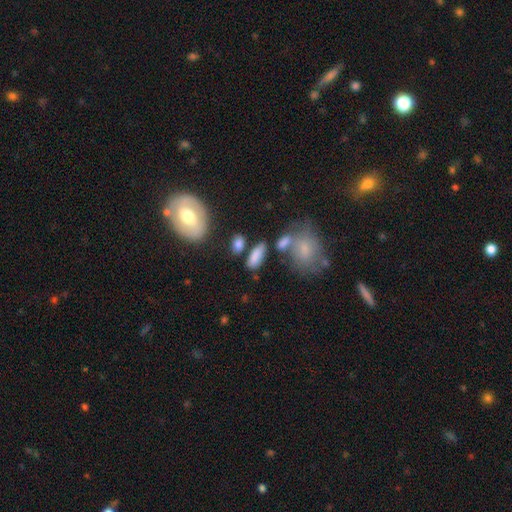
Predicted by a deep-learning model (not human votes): smooth_or_featured: smooth (p=0.83) [alt: featured or disk p=0.09]
how_rounded: in between (p=0.78) [alt: cigar-shaped p=0.17]
merging: none (p=0.68) [alt: minor disturbance p=0.14]